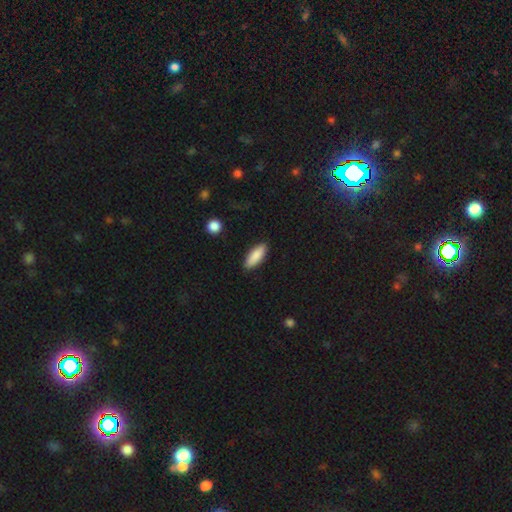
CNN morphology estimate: smooth 86%, featured or disk 8%, star or artifact 6%. Down the decision tree: how rounded — in between (66%); merging — none (88%).